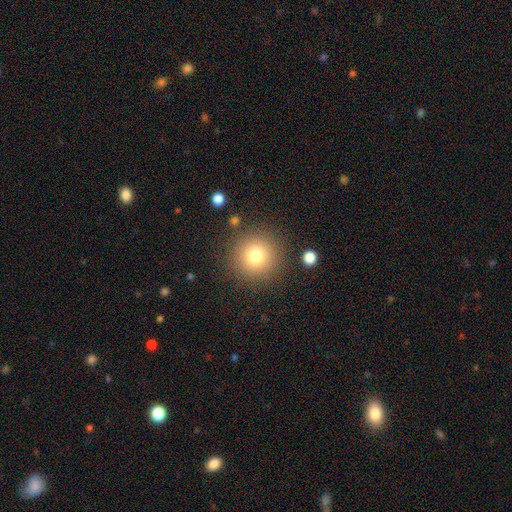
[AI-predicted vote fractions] This is likely a smooth galaxy (78%). How rounded: clearly round (95%). Merging: clearly none (87%).